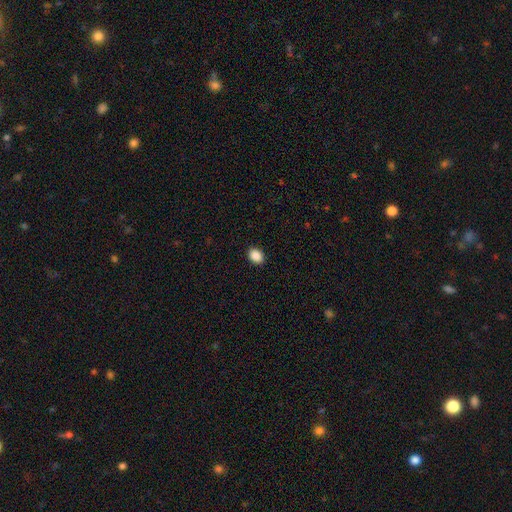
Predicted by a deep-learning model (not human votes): smooth_or_featured: smooth (p=0.89) [alt: star or artifact p=0.08]
how_rounded: in between (p=0.66) [alt: round p=0.33]
merging: none (p=0.91) [alt: minor disturbance p=0.06]